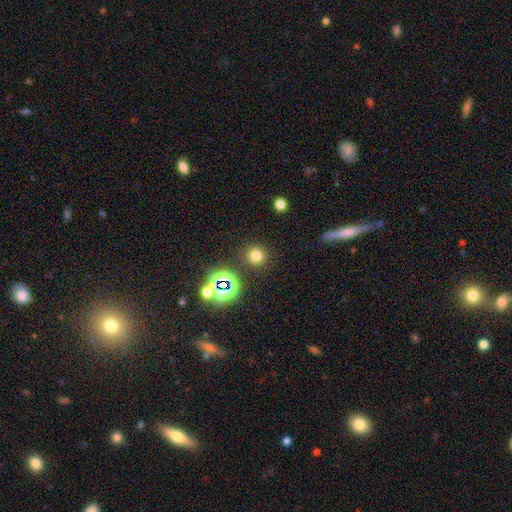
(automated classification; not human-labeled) Smooth or featured: smooth — 70% (star or artifact — 23%)
How rounded: round — 93% (in between — 6%)
Merging: none — 88% (minor disturbance — 6%)